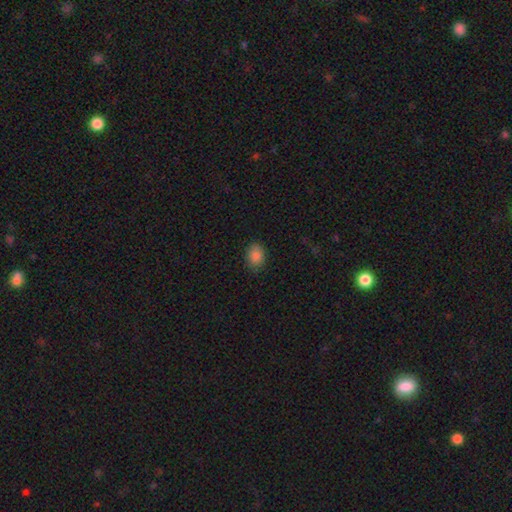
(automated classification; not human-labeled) A smooth galaxy with no disk features (86%) that is in between round and cigar-shaped (71%).

Vote fractions:
- Smooth or featured? smooth: 86% / star or artifact: 10% / featured or disk: 4%
- How rounded? in between: 71% / round: 28% / cigar-shaped: 1%
- Merging? none: 84% / minor disturbance: 12% / major disturbance: 3% / merger: 1%